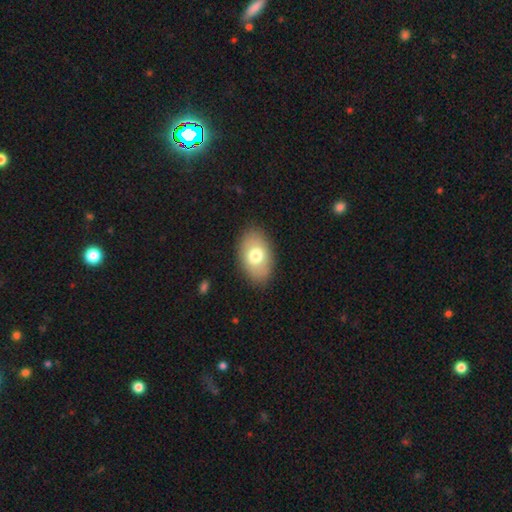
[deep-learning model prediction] Smooth or featured? Predicted: smooth (p=0.72). How rounded? Predicted: in between (p=0.88). Merging? Predicted: none (p=0.86).